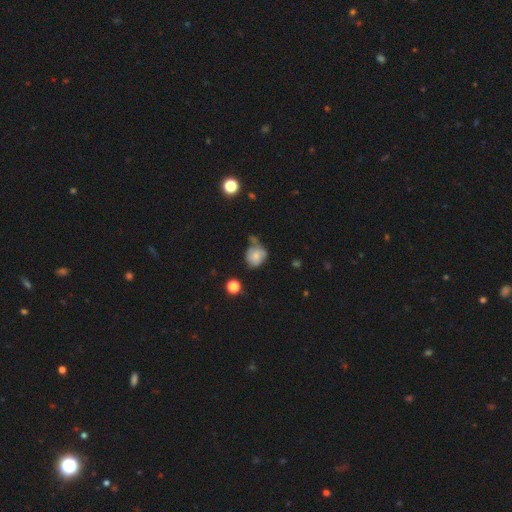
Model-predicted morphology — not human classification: smooth 71%, featured or disk 18%, star or artifact 11%. Down the decision tree: how rounded — round (66%); merging — none (43%).